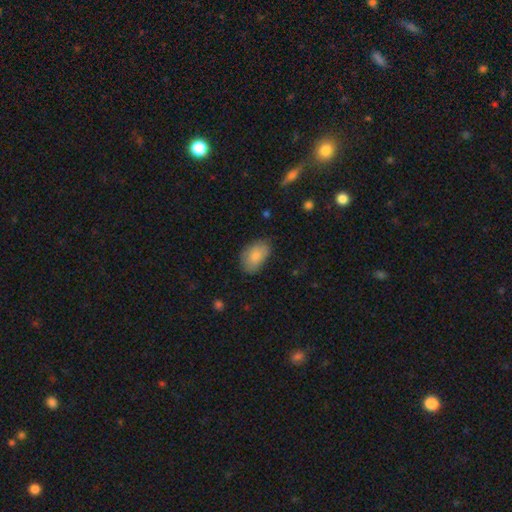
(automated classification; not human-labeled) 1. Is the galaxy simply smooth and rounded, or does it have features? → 82% smooth, 12% featured or disk, 7% star or artifact.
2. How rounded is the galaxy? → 90% in between, 9% round, 1% cigar-shaped.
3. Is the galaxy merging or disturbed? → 69% none, 24% minor disturbance, 5% major disturbance, 1% merger.